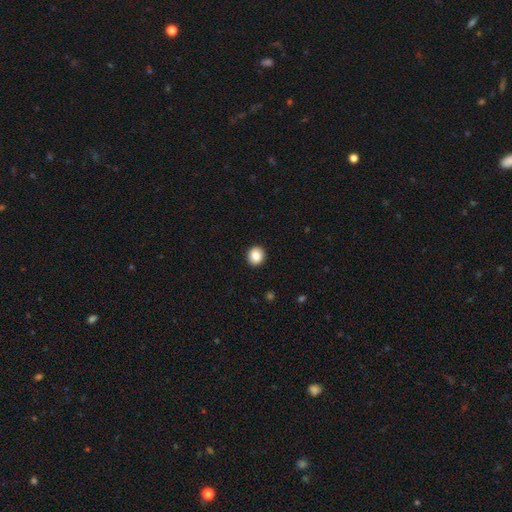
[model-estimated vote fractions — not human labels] smooth_or_featured: smooth (p=0.86) [alt: star or artifact p=0.09]
how_rounded: round (p=0.85) [alt: in between p=0.14]
merging: none (p=0.93) [alt: minor disturbance p=0.05]